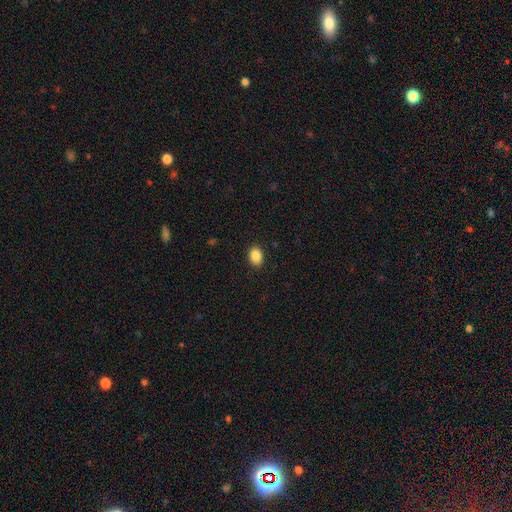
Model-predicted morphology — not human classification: Q: Smooth or featured?
A: smooth (88%); runner-up: star or artifact (8%)
Q: How rounded?
A: in between (79%); runner-up: round (20%)
Q: Merging?
A: none (90%); runner-up: minor disturbance (7%)